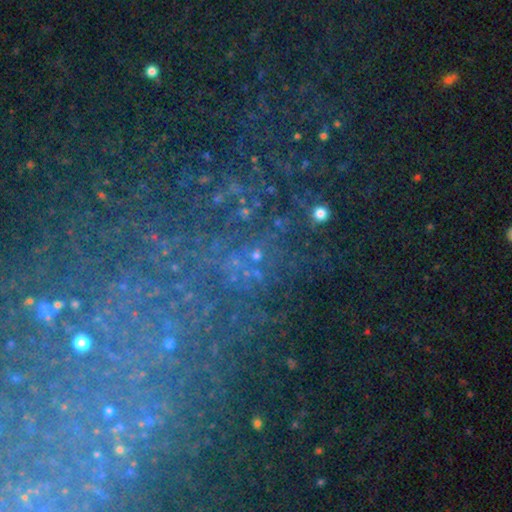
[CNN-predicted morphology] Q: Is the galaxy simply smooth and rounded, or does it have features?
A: star or artifact — 54%.